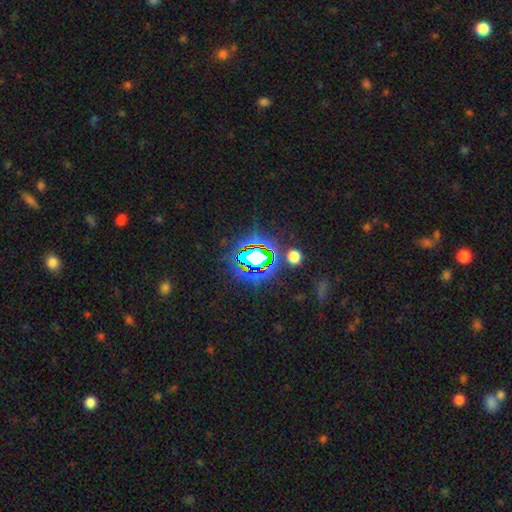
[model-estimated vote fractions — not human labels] Q: Smooth or featured?
A: star or artifact (75%); runner-up: smooth (14%)